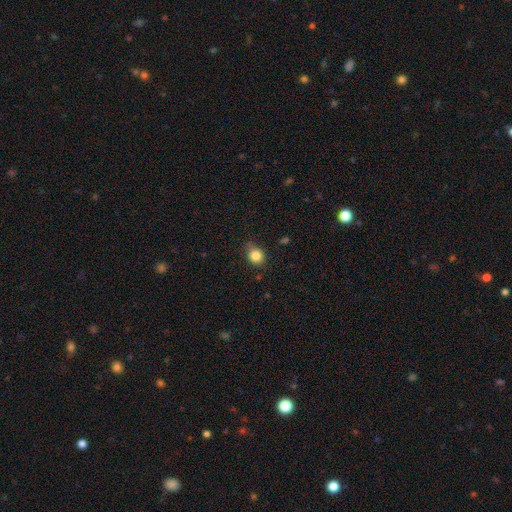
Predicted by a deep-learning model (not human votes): smooth_or_featured: smooth (p=0.84) [alt: star or artifact p=0.11]
how_rounded: round (p=0.72) [alt: in between p=0.27]
merging: none (p=0.72) [alt: minor disturbance p=0.21]